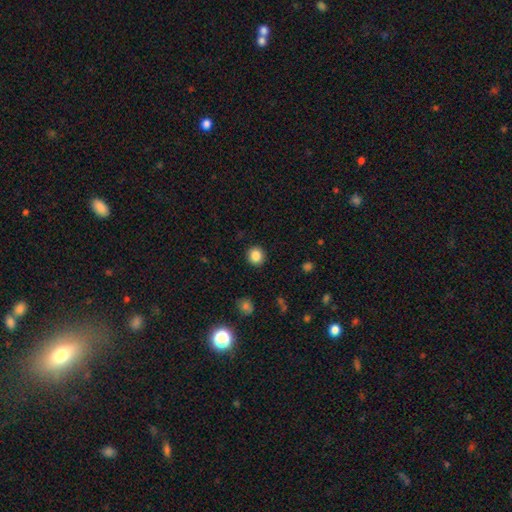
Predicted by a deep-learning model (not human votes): Smooth or featured?
  - smooth: 85% *
  - star or artifact: 10%
  - featured or disk: 4%
How rounded?
  - round: 91% *
  - in between: 8%
  - cigar-shaped: 1%
Merging?
  - none: 91% *
  - minor disturbance: 6%
  - major disturbance: 2%
  - merger: 1%